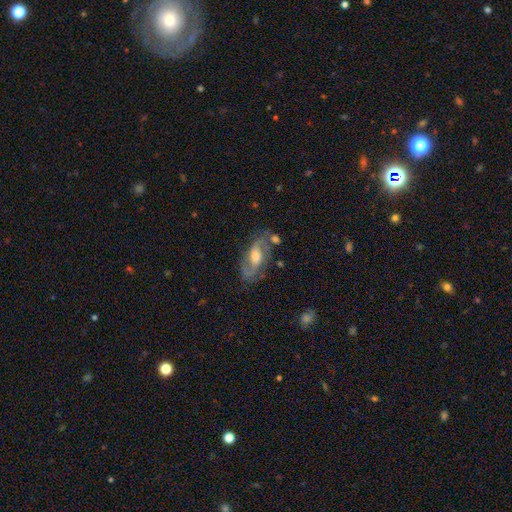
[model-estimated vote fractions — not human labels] Smooth or featured?
  - featured or disk: 80% *
  - smooth: 14%
  - star or artifact: 6%
Edge-on disk?
  - no: 93% *
  - yes: 7%
Bar?
  - weak: 45% *
  - no: 38%
  - strong: 17%
Spiral arms?
  - yes: 91% *
  - no: 9%
Spiral winding?
  - medium: 52% *
  - loose: 29%
  - tight: 19%
Spiral arm count?
  - 2: 88% *
  - can't tell: 6%
  - 1: 3%
  - 3: 1%
  - 4: 1%
  - more than 4: 1%
Bulge size?
  - moderate: 64% *
  - small: 17%
  - large: 15%
  - none: 2%
  - dominant: 1%
Merging?
  - none: 68% *
  - minor disturbance: 19%
  - major disturbance: 9%
  - merger: 5%